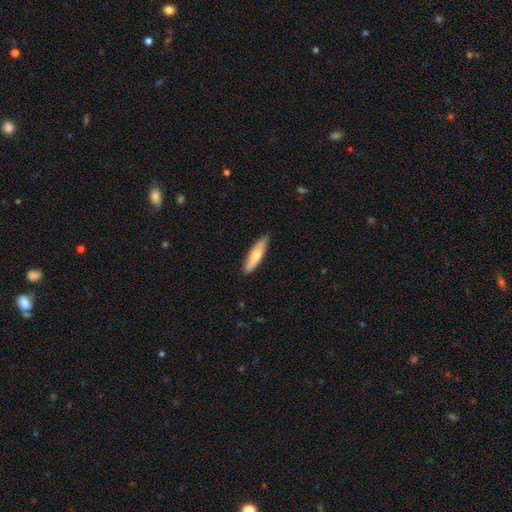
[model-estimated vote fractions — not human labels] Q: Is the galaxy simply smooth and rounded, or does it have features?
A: smooth — 70%.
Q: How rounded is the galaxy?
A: cigar-shaped — 71%.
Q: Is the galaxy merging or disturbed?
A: none — 84%.